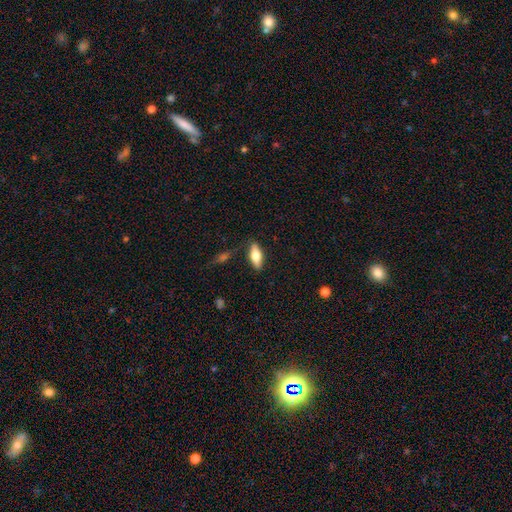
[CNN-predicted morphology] Smooth or featured? smooth (65%)
How rounded? in between (73%)
Merging? none (84%)